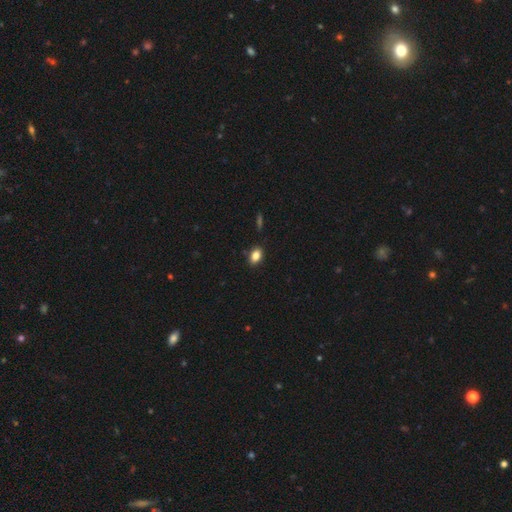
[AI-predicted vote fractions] Smooth or featured?
  - smooth: 85% *
  - star or artifact: 9%
  - featured or disk: 6%
How rounded?
  - in between: 84% *
  - round: 14%
  - cigar-shaped: 2%
Merging?
  - none: 87% *
  - minor disturbance: 9%
  - major disturbance: 2%
  - merger: 2%